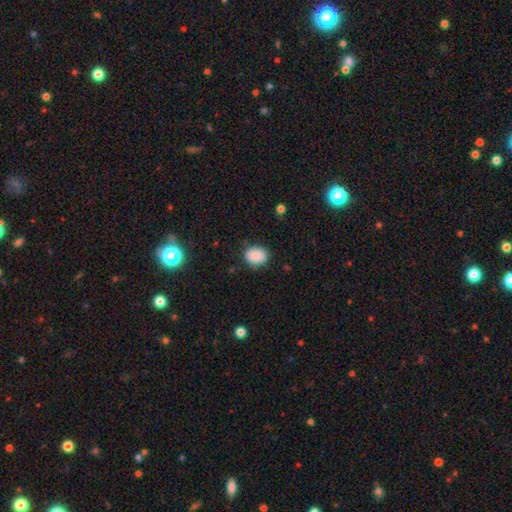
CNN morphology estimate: type=smooth (86%); roundness=in between (55%); merging=none (82%).